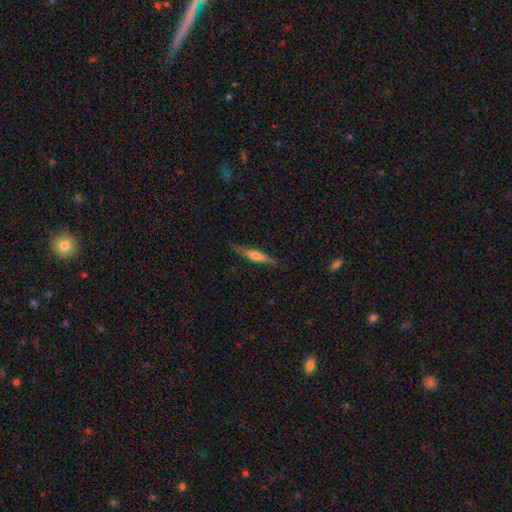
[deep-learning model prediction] Smooth or featured: smooth — 50% (featured or disk — 44%)
How rounded: cigar-shaped — 84% (in between — 15%)
Merging: none — 84% (minor disturbance — 13%)